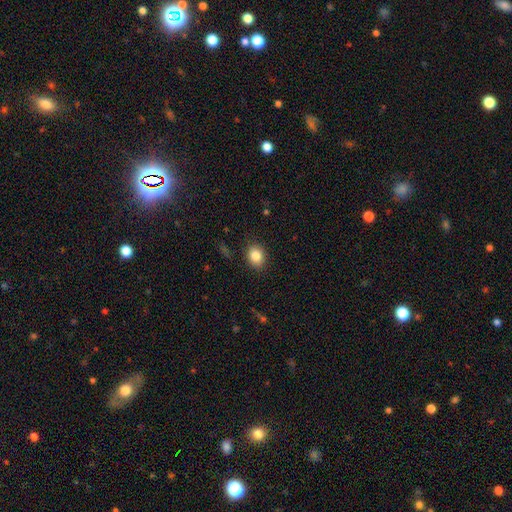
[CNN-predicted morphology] A smooth galaxy with no disk features (85%) that is in between round and cigar-shaped (51%).

Vote fractions:
- Smooth or featured? smooth: 85% / star or artifact: 9% / featured or disk: 6%
- How rounded? in between: 51% / round: 48% / cigar-shaped: 1%
- Merging? none: 88% / minor disturbance: 9% / major disturbance: 3% / merger: 1%